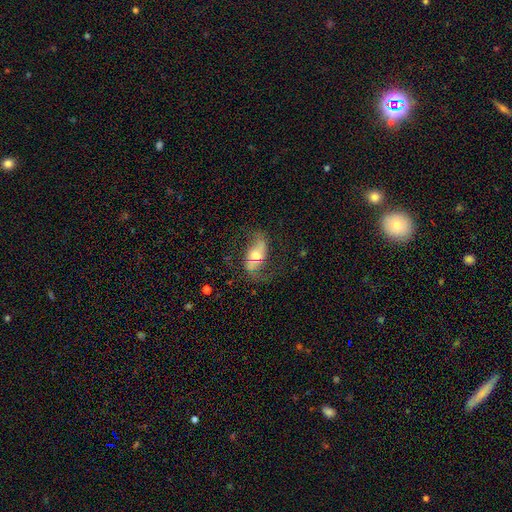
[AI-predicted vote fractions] This is likely a featured or disk galaxy (74%). It is clearly not viewed edge-on (92%). Bar: marginally weak (40%). Spiral arm pattern: clearly yes (89%). Spiral arm count: clearly 2 (89%). Spiral winding: likely loose (64%). Central bulge: likely moderate (61%). Merging: likely none (64%).